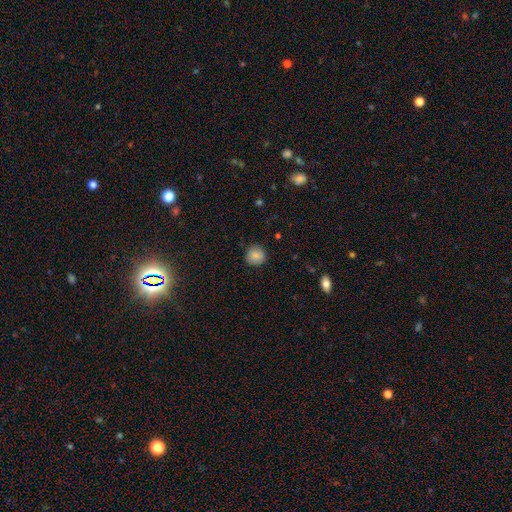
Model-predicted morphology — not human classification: The model was most divided on "smooth or featured": smooth: 84%, star or artifact: 9%, featured or disk: 7%. More confident: how rounded — round (91%); merging — none (88%).